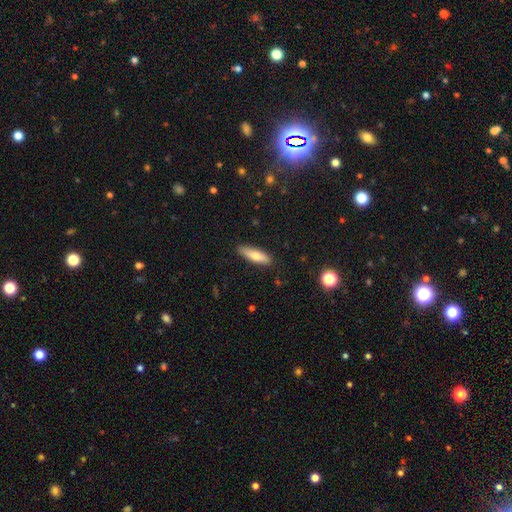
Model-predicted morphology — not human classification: Smooth or featured? smooth (69%)
How rounded? cigar-shaped (60%)
Merging? none (87%)